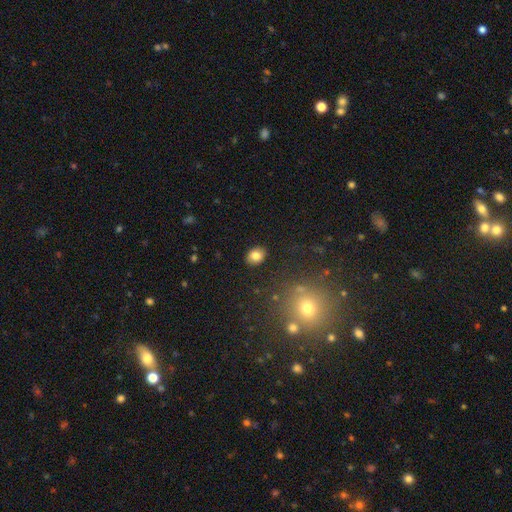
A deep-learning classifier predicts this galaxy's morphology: Smooth or featured: smooth — 81% (star or artifact — 10%)
How rounded: in between — 58% (round — 41%)
Merging: none — 87% (minor disturbance — 9%)